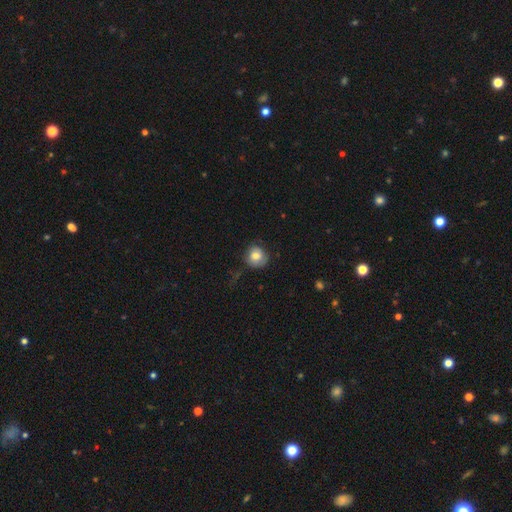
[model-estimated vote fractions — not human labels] A smooth galaxy with no disk features (73%) that is round (85%).

Vote fractions:
- Smooth or featured? smooth: 73% / featured or disk: 19% / star or artifact: 8%
- How rounded? round: 85% / in between: 14% / cigar-shaped: 1%
- Merging? none: 64% / minor disturbance: 24% / major disturbance: 10% / merger: 2%